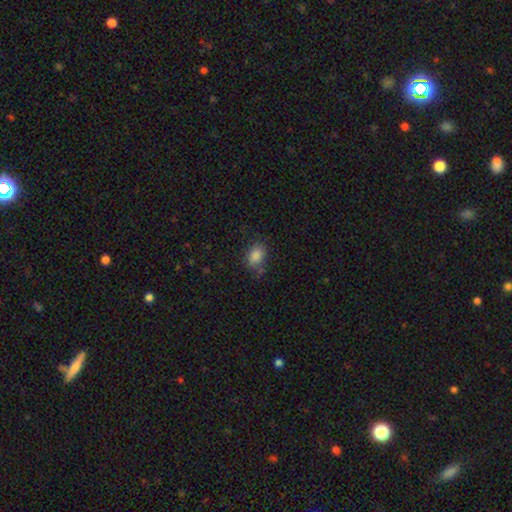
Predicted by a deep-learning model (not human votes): A smooth galaxy with no disk features (85%) that is in between round and cigar-shaped (75%). Merging: none (69%).